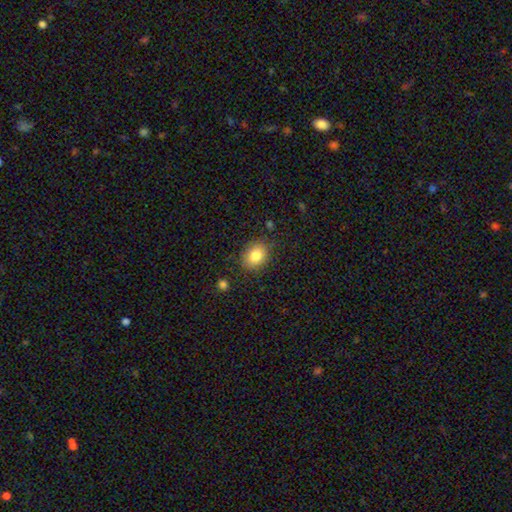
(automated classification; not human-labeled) Smooth or featured? Predicted: smooth (p=0.82). How rounded? Predicted: in between (p=0.52). Merging? Predicted: none (p=0.83).